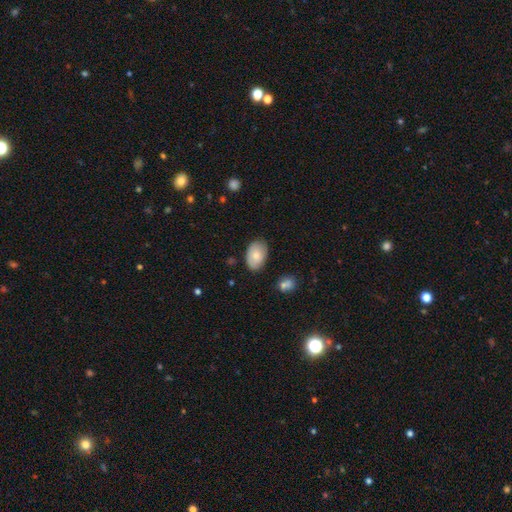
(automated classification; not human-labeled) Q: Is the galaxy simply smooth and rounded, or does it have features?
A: smooth — 74%.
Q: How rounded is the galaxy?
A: in between — 89%.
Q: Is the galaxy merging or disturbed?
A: none — 76%.